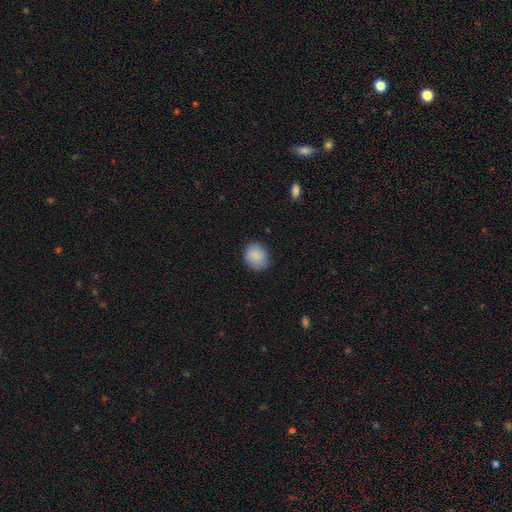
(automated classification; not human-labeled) Smooth or featured?
  - smooth: 88% *
  - star or artifact: 8%
  - featured or disk: 5%
How rounded?
  - round: 65% *
  - in between: 34%
  - cigar-shaped: 1%
Merging?
  - none: 83% *
  - minor disturbance: 13%
  - major disturbance: 3%
  - merger: 1%